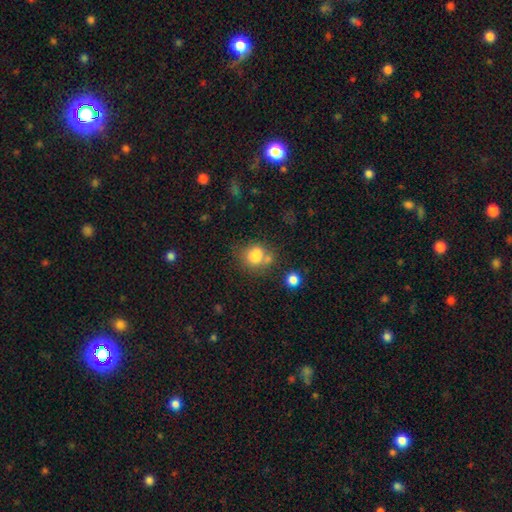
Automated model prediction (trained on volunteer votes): A smooth galaxy with no disk features (79%) that is round (67%). Merging: none (47%).